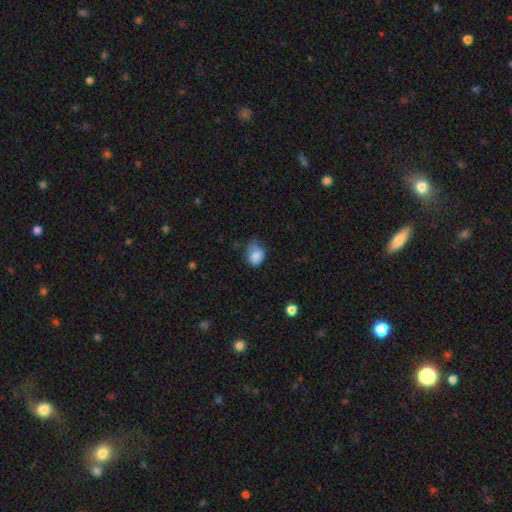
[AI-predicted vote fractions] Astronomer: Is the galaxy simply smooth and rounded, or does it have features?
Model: smooth — 83%.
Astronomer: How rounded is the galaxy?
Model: in between — 61% (runner-up: round, 38%).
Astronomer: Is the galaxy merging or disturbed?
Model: none — 47% (runner-up: minor disturbance, 39%).